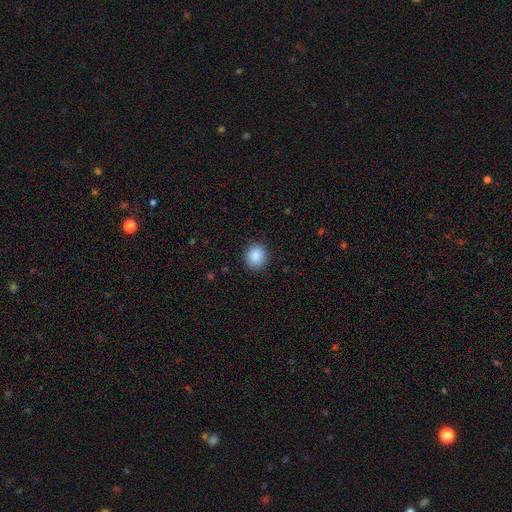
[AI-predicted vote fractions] A smooth galaxy with no disk features (89%) that is round (79%). Merging: none (88%).